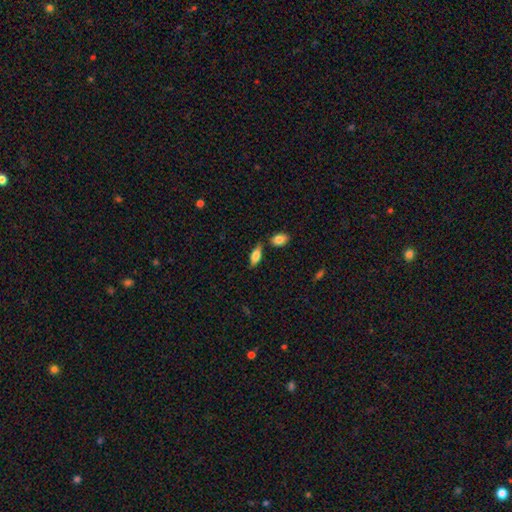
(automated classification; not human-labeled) Smooth or featured?
  - smooth: 74% *
  - featured or disk: 19%
  - star or artifact: 7%
How rounded?
  - in between: 82% *
  - cigar-shaped: 15%
  - round: 3%
Merging?
  - none: 70% *
  - minor disturbance: 15%
  - merger: 11%
  - major disturbance: 4%